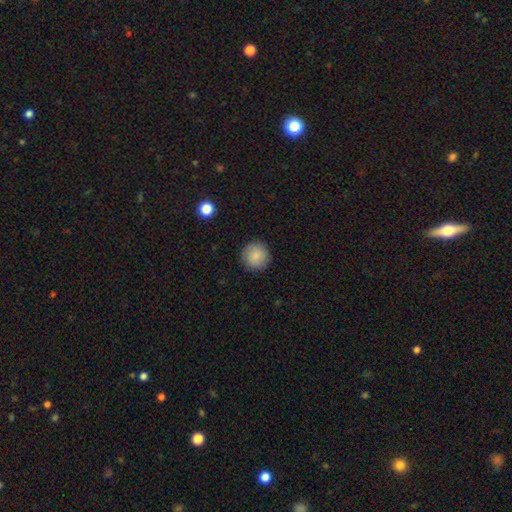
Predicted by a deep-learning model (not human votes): A smooth galaxy with no disk features (88%) that is round (95%).

Vote fractions:
- Smooth or featured? smooth: 88% / star or artifact: 8% / featured or disk: 5%
- How rounded? round: 95% / in between: 4% / cigar-shaped: 1%
- Merging? none: 91% / minor disturbance: 6% / major disturbance: 2% / merger: 1%